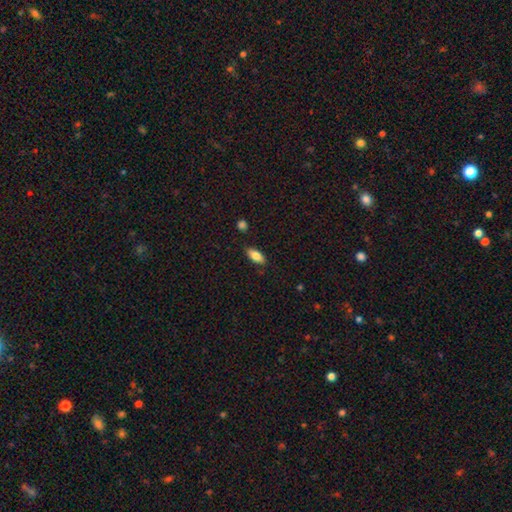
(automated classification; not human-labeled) Q: Smooth or featured?
A: smooth (79%); runner-up: featured or disk (13%)
Q: How rounded?
A: in between (83%); runner-up: cigar-shaped (14%)
Q: Merging?
A: none (84%); runner-up: minor disturbance (12%)